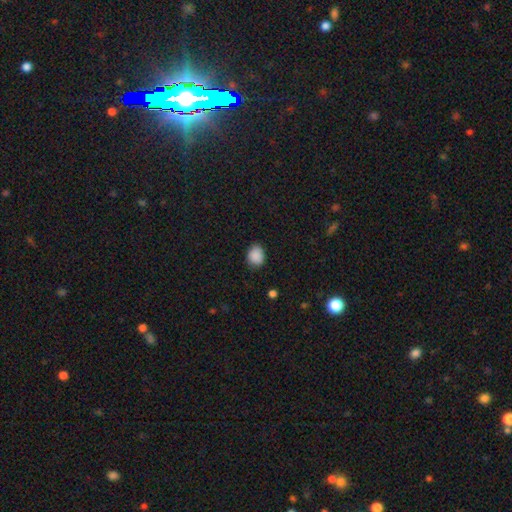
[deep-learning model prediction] Smooth or featured? smooth (88%)
How rounded? round (52%)
Merging? none (80%)